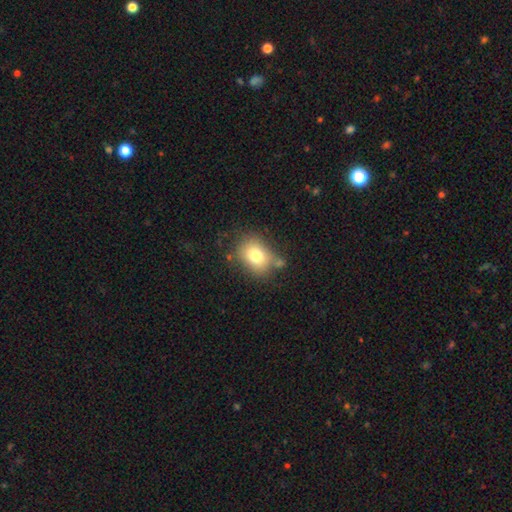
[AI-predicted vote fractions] The model was most divided on "how rounded": in between: 60%, round: 39%, cigar-shaped: 1%. More confident: smooth or featured — smooth (76%); merging — none (63%).